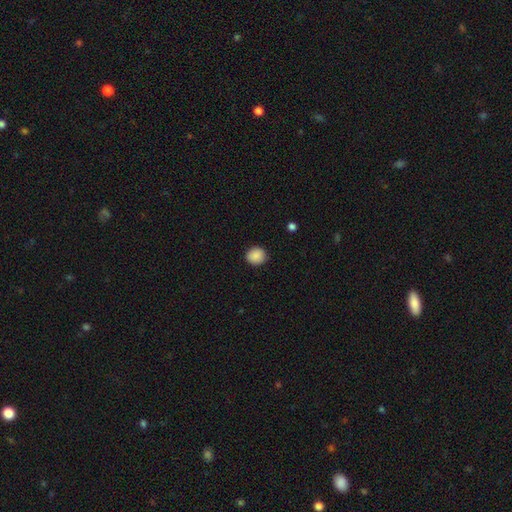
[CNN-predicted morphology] type=smooth (88%); roundness=round (82%); merging=none (89%).